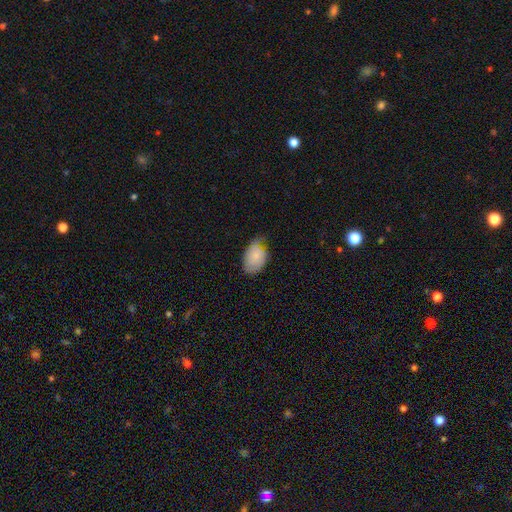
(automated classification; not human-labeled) Smooth or featured? smooth (72%)
How rounded? in between (88%)
Merging? minor disturbance (43%)